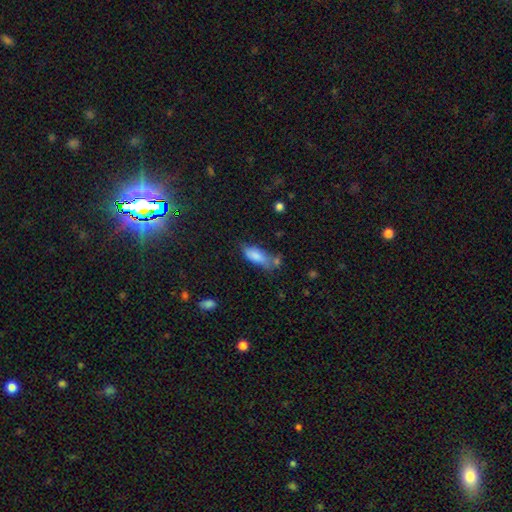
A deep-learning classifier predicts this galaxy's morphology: smooth_or_featured: smooth (p=0.79) [alt: featured or disk p=0.12]
how_rounded: in between (p=0.75) [alt: cigar-shaped p=0.22]
merging: none (p=0.44) [alt: minor disturbance p=0.31]